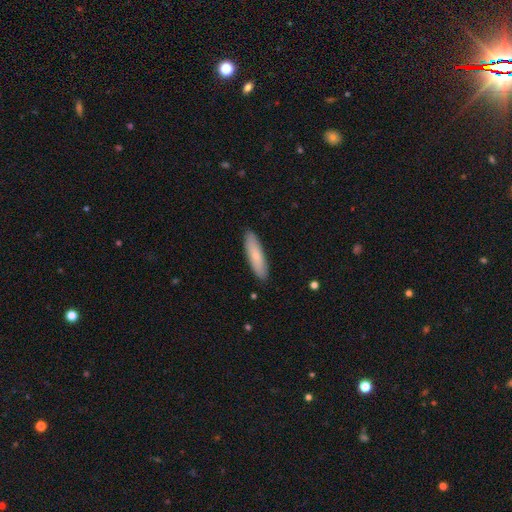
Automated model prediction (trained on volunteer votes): Q: Smooth or featured?
A: smooth (74%); runner-up: featured or disk (21%)
Q: How rounded?
A: cigar-shaped (72%); runner-up: in between (27%)
Q: Merging?
A: none (89%); runner-up: minor disturbance (8%)